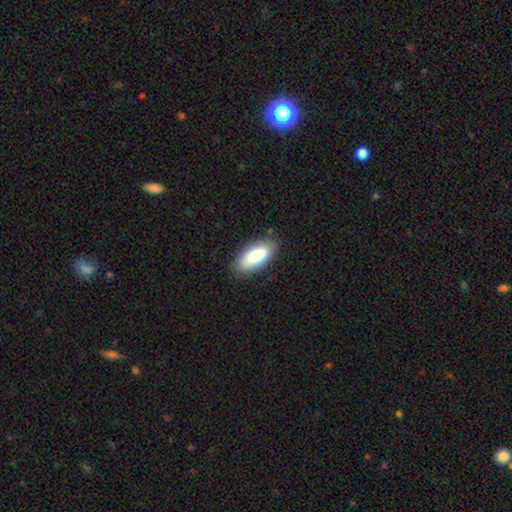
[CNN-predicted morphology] This appears to be a smooth galaxy with no disk features (85%) that is in between round and cigar-shaped (87%). Merging: none (83%).